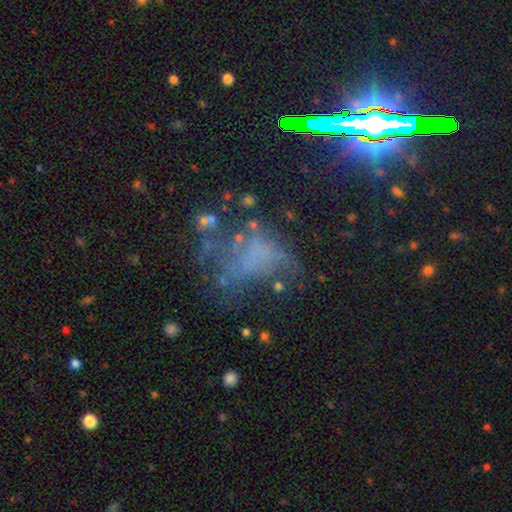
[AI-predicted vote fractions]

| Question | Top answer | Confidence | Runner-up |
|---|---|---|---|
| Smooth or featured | featured or disk | 38% | star or artifact (33%) |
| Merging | major disturbance | 38% | none (35%) |